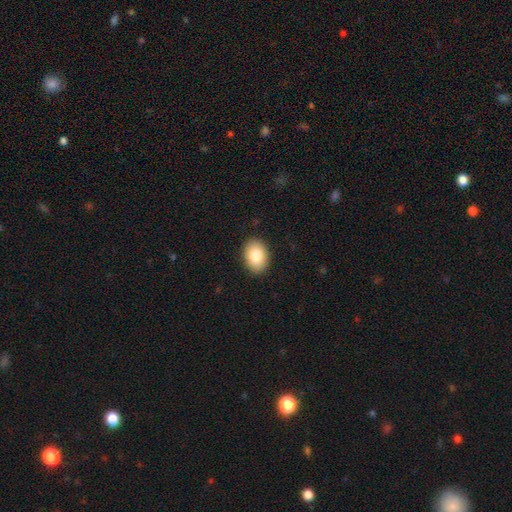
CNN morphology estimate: smooth 84%, featured or disk 9%, star or artifact 7%. Down the decision tree: how rounded — in between (82%); merging — none (89%).